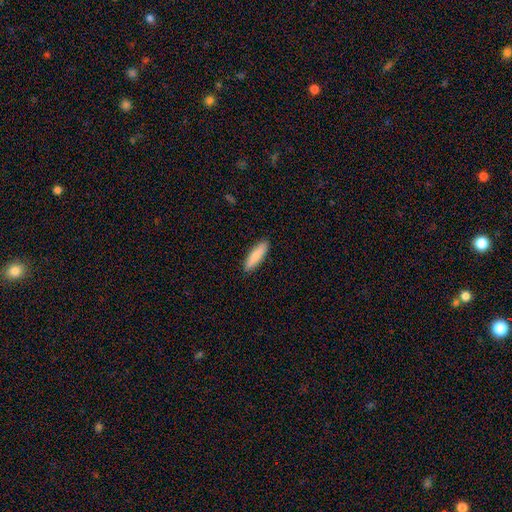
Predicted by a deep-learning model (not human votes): Q: Smooth or featured?
A: smooth (85%); runner-up: featured or disk (10%)
Q: How rounded?
A: cigar-shaped (69%); runner-up: in between (29%)
Q: Merging?
A: none (90%); runner-up: minor disturbance (7%)